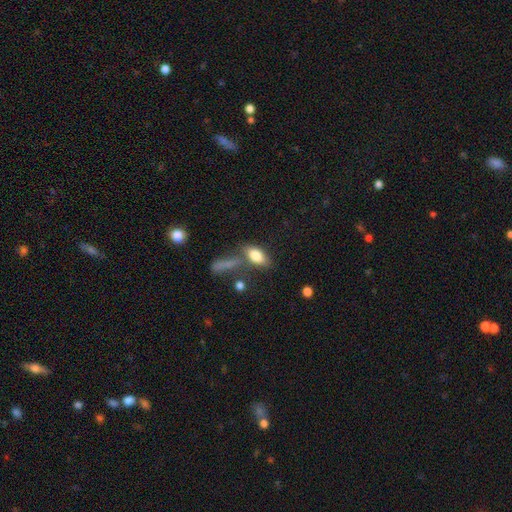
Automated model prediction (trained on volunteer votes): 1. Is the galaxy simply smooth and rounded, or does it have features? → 80% smooth, 12% featured or disk, 8% star or artifact.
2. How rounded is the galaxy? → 85% in between, 10% cigar-shaped, 5% round.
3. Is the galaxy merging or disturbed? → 53% none, 22% merger, 16% minor disturbance, 9% major disturbance.